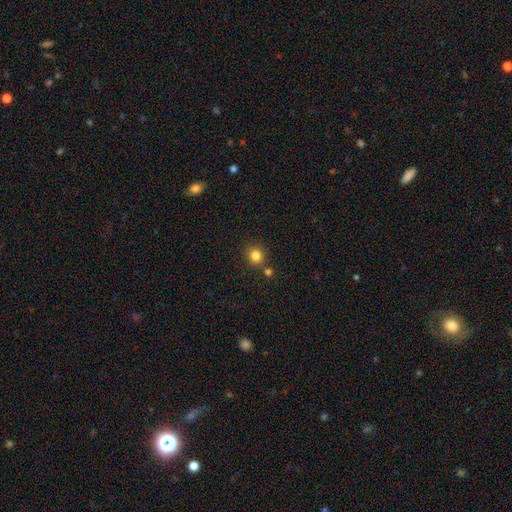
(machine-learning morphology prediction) Smooth or featured? Predicted: smooth (p=0.82). How rounded? Predicted: round (p=0.87). Merging? Predicted: none (p=0.76).